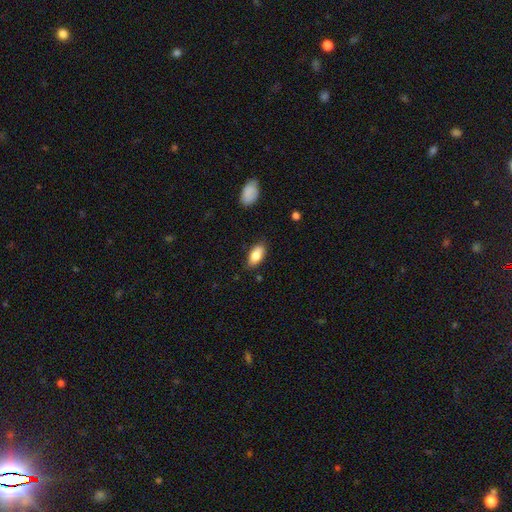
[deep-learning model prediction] Smooth or featured? smooth (82%)
How rounded? in between (91%)
Merging? none (81%)